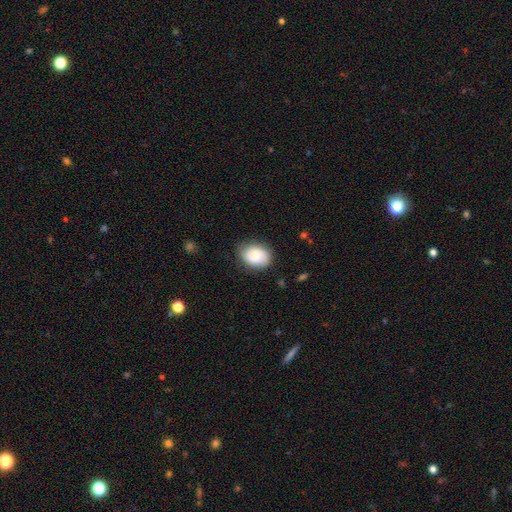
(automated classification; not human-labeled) A smooth galaxy with no disk features (77%) that is in between round and cigar-shaped (72%). Merging: none (76%).